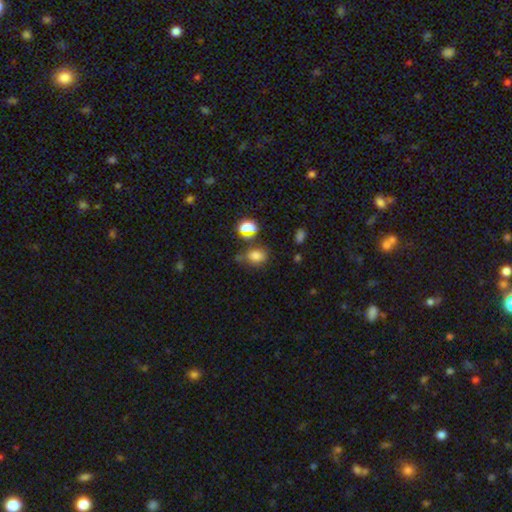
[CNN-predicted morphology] smooth 74%, star or artifact 18%, featured or disk 7%. Down the decision tree: how rounded — in between (55%); merging — none (58%).